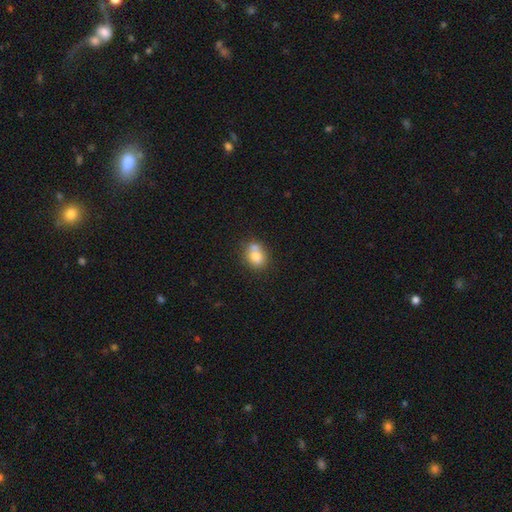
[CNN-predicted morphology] Smooth or featured? smooth (76%)
How rounded? round (54%)
Merging? none (47%)